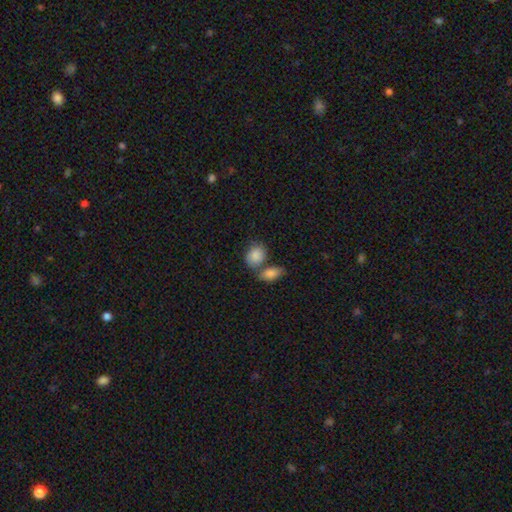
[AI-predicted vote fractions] smooth-or-featured: smooth: 86% | featured or disk: 8% | star or artifact: 6%
  how-rounded: in between: 59% | round: 40% | cigar-shaped: 2%
  merging: none: 42% | merger: 40% | minor disturbance: 14% | major disturbance: 5%